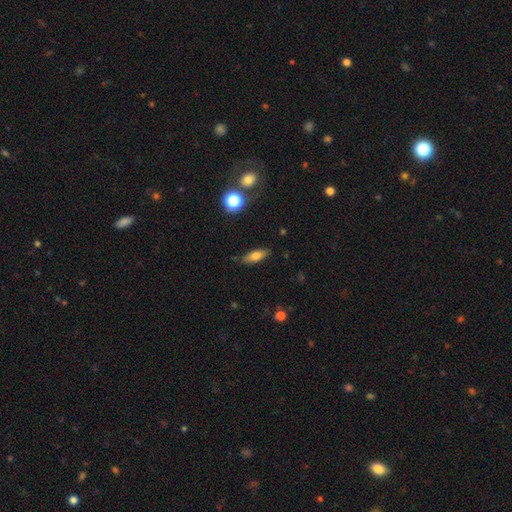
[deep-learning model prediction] A smooth galaxy with no disk features (69%) that is in between round and cigar-shaped (63%). Merging: none (83%).